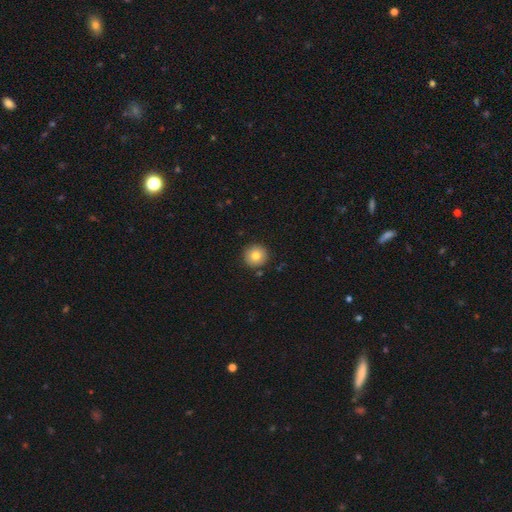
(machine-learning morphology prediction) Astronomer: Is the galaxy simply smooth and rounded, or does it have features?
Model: smooth — 81%.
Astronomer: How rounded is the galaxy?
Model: round — 95%.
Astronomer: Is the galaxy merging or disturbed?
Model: none — 90%.